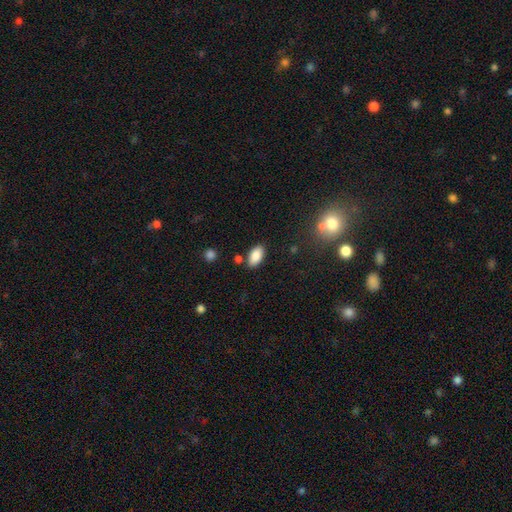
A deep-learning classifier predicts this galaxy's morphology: Smooth or featured?
  - smooth: 86% *
  - star or artifact: 8%
  - featured or disk: 6%
How rounded?
  - in between: 93% *
  - round: 4%
  - cigar-shaped: 3%
Merging?
  - none: 82% *
  - minor disturbance: 11%
  - merger: 4%
  - major disturbance: 3%